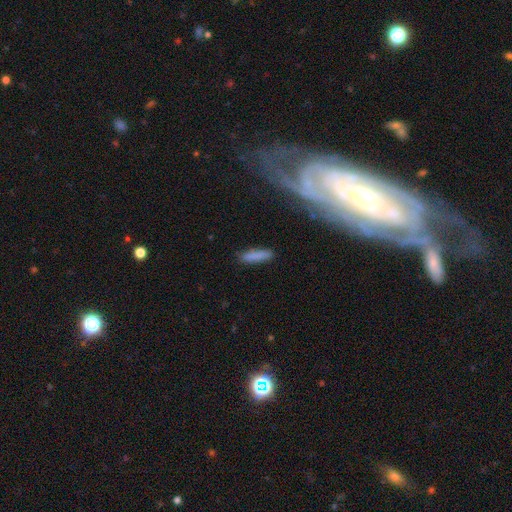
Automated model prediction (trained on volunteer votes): smooth_or_featured: smooth (p=0.83) [alt: featured or disk p=0.09]
how_rounded: cigar-shaped (p=0.81) [alt: in between p=0.18]
merging: none (p=0.87) [alt: minor disturbance p=0.09]